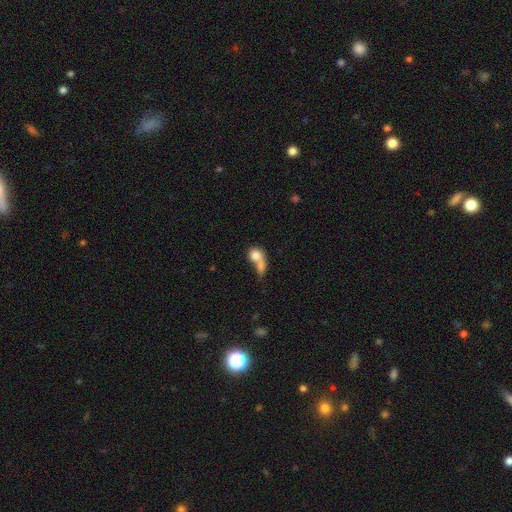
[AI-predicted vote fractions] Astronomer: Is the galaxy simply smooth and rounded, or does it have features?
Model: smooth — 73%.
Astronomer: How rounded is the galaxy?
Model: round — 58% (runner-up: in between, 38%).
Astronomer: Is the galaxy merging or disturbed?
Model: merger — 61%.